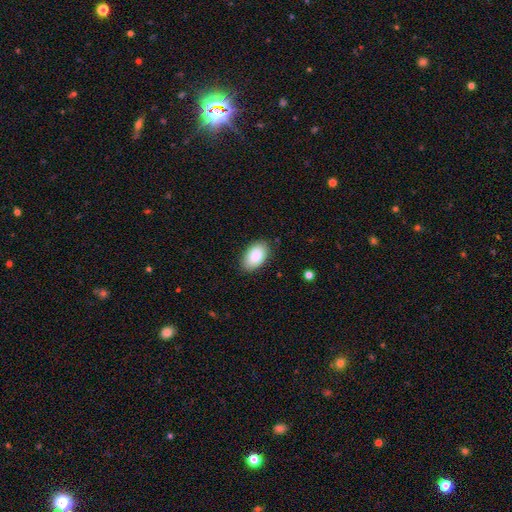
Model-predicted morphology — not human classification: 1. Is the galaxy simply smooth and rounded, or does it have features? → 88% smooth, 6% star or artifact, 6% featured or disk.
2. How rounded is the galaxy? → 94% in between, 5% round, 1% cigar-shaped.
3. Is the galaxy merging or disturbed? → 86% none, 11% minor disturbance, 2% major disturbance, 1% merger.